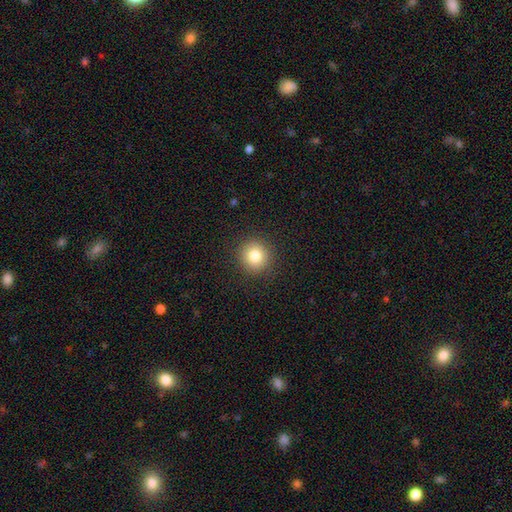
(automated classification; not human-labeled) A smooth galaxy with no disk features (82%) that is round (93%).

Vote fractions:
- Smooth or featured? smooth: 82% / star or artifact: 10% / featured or disk: 7%
- How rounded? round: 93% / in between: 6% / cigar-shaped: 1%
- Merging? none: 91% / minor disturbance: 6% / major disturbance: 2% / merger: 1%